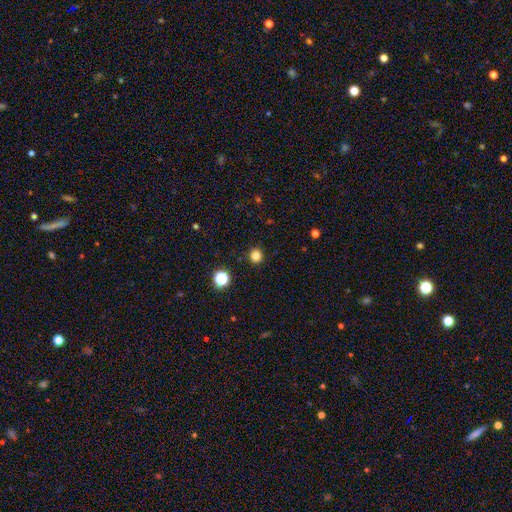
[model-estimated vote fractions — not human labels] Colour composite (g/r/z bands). It shows a smooth galaxy with no disk features (82%) that is round (93%). Merging: none (92%).